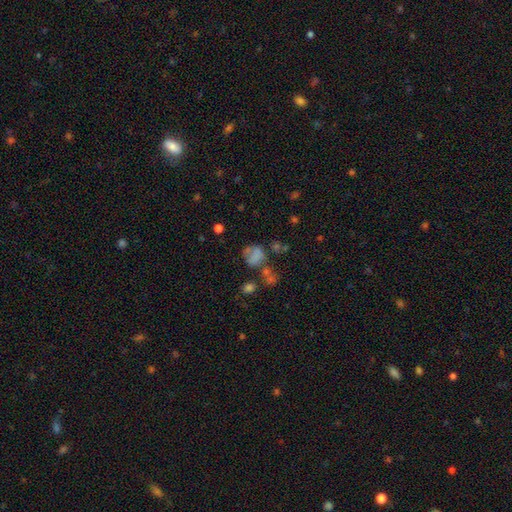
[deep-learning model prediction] Smooth or featured: smooth — 63% (featured or disk — 20%)
How rounded: round — 56% (in between — 42%)
Merging: none — 38% (major disturbance — 23%)